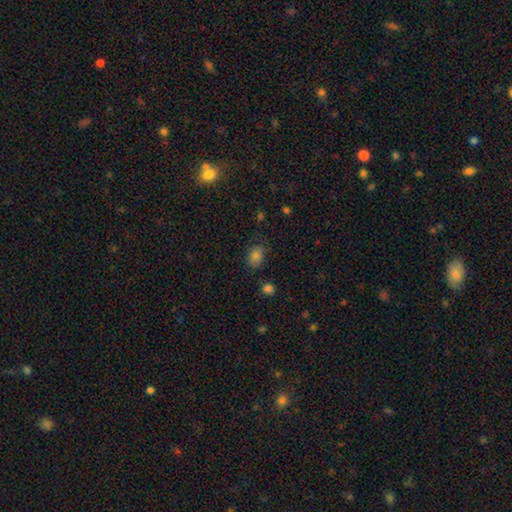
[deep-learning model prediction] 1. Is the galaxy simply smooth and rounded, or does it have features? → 79% smooth, 14% star or artifact, 8% featured or disk.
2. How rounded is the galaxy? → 63% in between, 36% round, 1% cigar-shaped.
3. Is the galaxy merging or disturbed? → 77% none, 17% minor disturbance, 4% major disturbance, 2% merger.